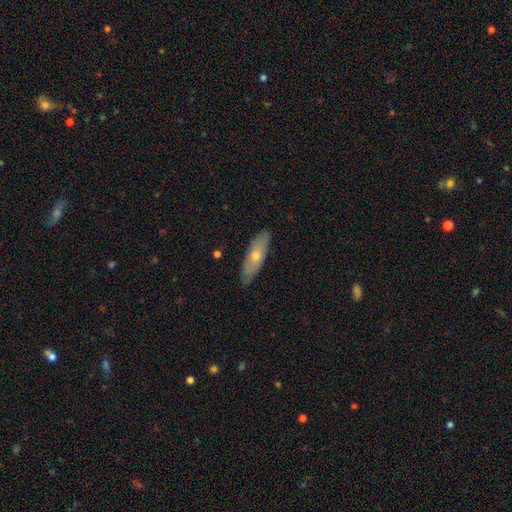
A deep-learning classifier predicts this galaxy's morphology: The model was most divided on "smooth or featured": smooth: 52%, featured or disk: 41%, star or artifact: 7%. More confident: merging — none (84%); how rounded — cigar-shaped (57%).